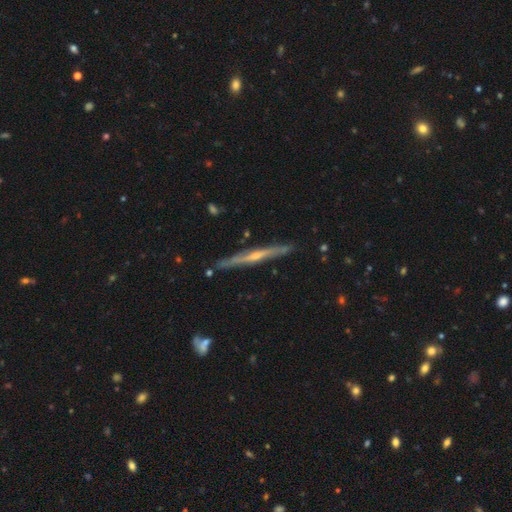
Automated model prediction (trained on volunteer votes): A featured or disk galaxy (78%) viewed edge-on (97%) with a rounded central bulge (78%).

Vote fractions:
- Smooth or featured? featured or disk: 78% / smooth: 15% / star or artifact: 7%
- Edge-on disk? yes: 97% / no: 3%
- Edge-on bulge? rounded: 78% / none: 16% / boxy: 5%
- Merging? none: 87% / minor disturbance: 9% / major disturbance: 2% / merger: 2%